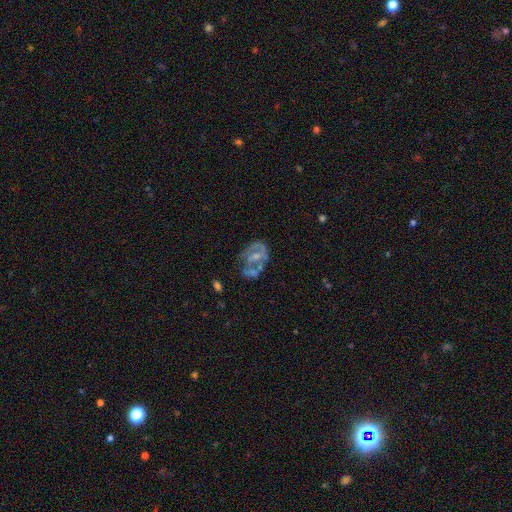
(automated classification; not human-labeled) Smooth or featured? Predicted: featured or disk (p=0.68). Edge-on disk? Predicted: no (p=0.97). Bar? Predicted: no (p=0.60). Spiral arms? Predicted: no (p=0.55). Bulge size? Predicted: moderate (p=0.40). Merging? Predicted: none (p=0.35).